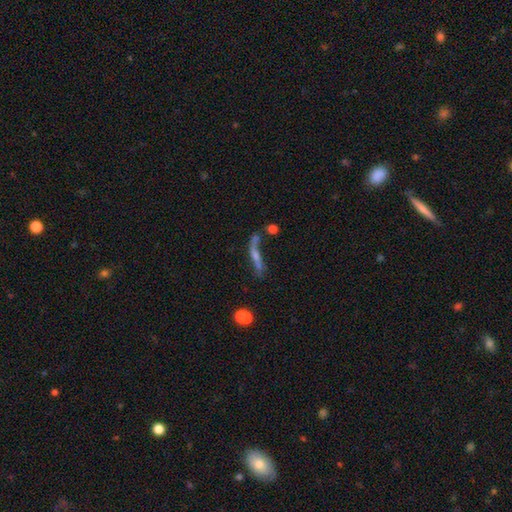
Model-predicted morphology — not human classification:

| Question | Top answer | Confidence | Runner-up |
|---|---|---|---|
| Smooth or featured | featured or disk | 59% | smooth (27%) |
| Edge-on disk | yes | 50% | tied: no (50%) |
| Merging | none | 37% | merger (23%) |